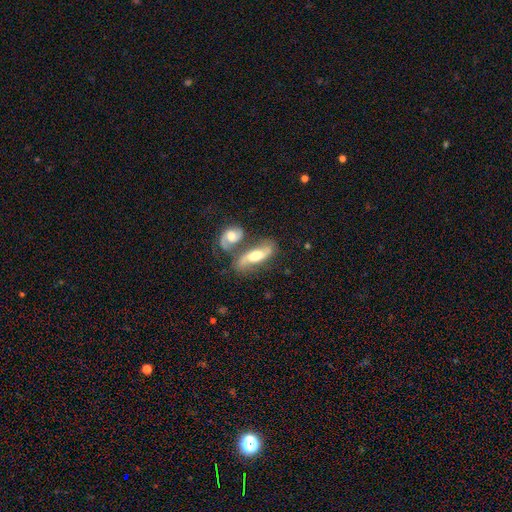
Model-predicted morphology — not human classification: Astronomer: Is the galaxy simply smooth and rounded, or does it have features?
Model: featured or disk — 65%.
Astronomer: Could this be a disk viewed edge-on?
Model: no — 76%.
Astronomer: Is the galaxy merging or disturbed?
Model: merger — 40% (runner-up: none, 38%).